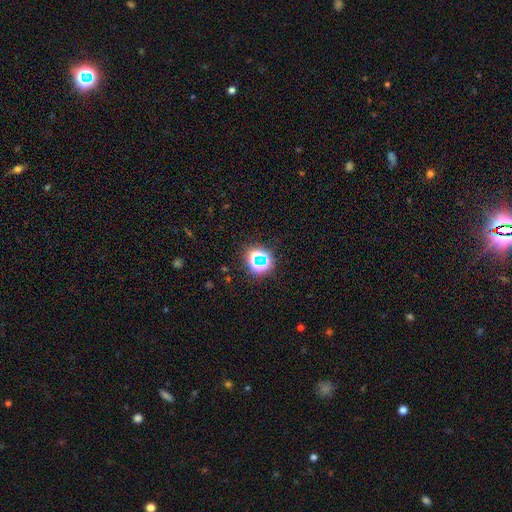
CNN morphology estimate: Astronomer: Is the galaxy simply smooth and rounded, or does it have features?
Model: star or artifact — 64%.